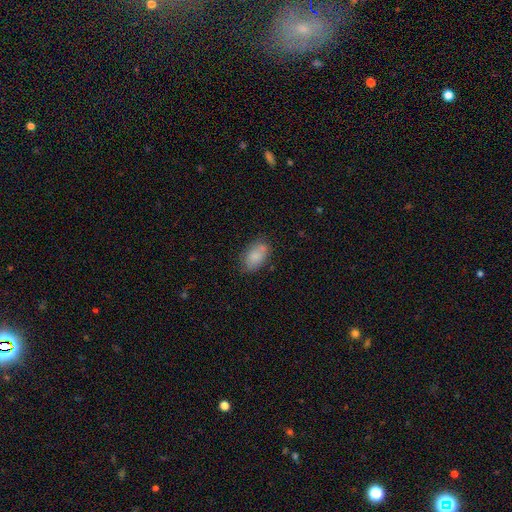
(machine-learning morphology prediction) A smooth galaxy with no disk features (81%) that is in between round and cigar-shaped (91%). Merging: none (66%).